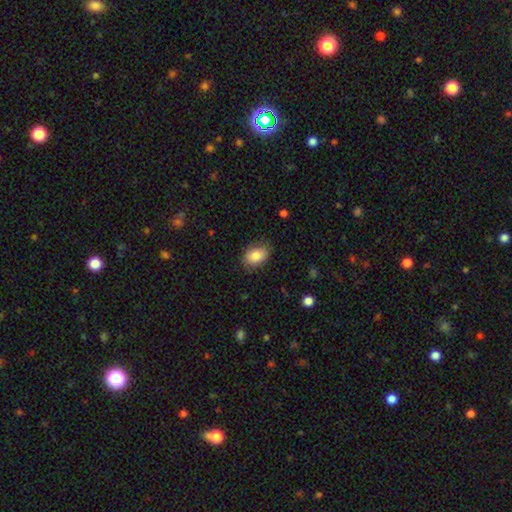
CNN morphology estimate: Smooth or featured? smooth (82%)
How rounded? in between (82%)
Merging? none (78%)